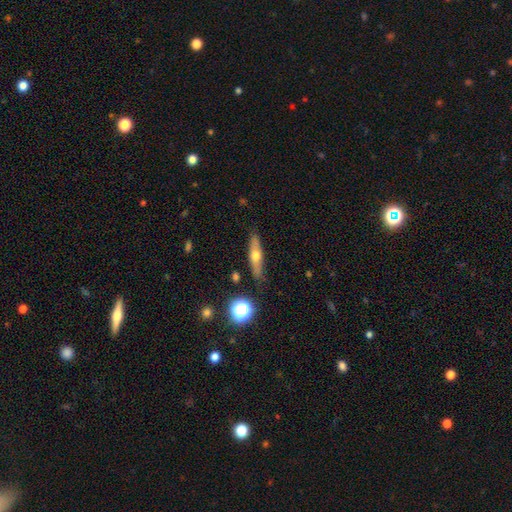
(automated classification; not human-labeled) Q: Smooth or featured?
A: smooth (47%); runner-up: featured or disk (45%)
Q: Merging?
A: none (85%); runner-up: minor disturbance (11%)